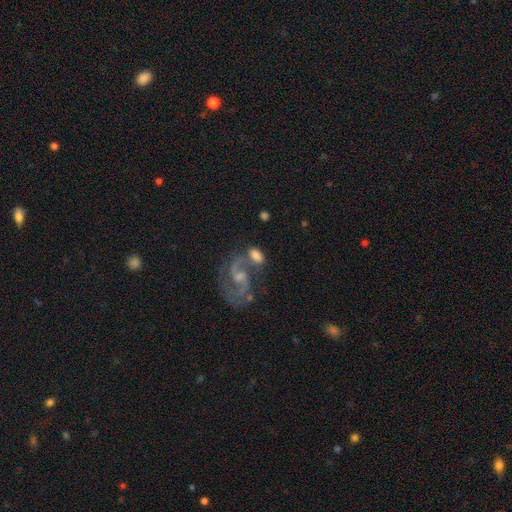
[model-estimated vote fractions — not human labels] Smooth or featured: featured or disk — 51% (smooth — 40%)
Edge-on disk: no — 95% (yes — 5%)
Merging: none — 38% (merger — 37%)